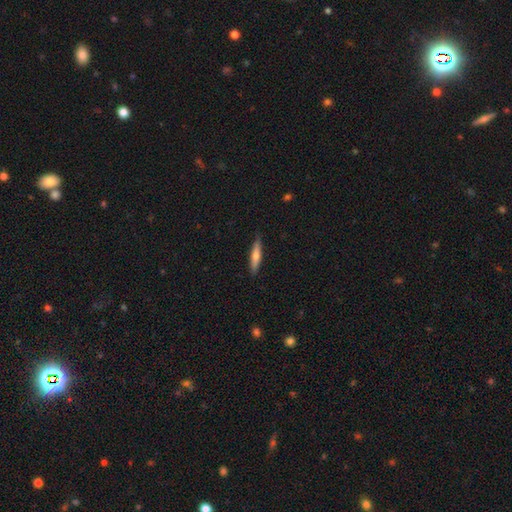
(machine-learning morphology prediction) Smooth or featured? Predicted: smooth (p=0.63). How rounded? Predicted: cigar-shaped (p=0.86). Merging? Predicted: none (p=0.87).